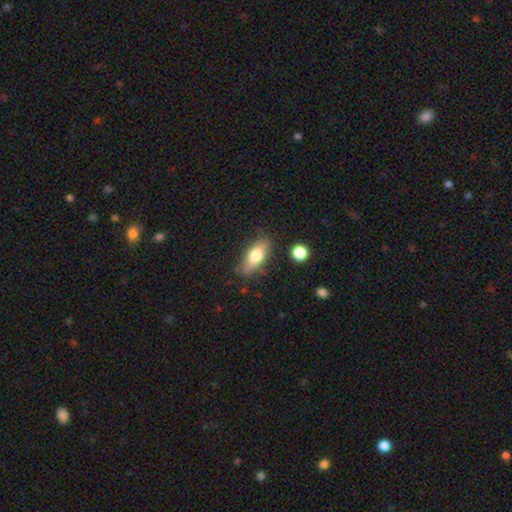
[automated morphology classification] type=smooth (74%); roundness=in between (79%); merging=none (80%).